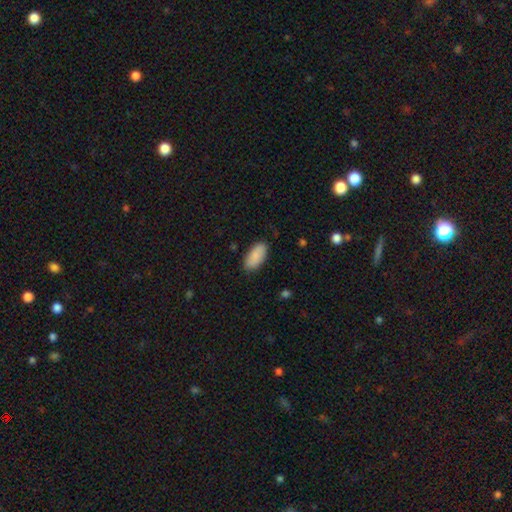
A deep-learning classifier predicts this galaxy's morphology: This appears to be a smooth galaxy with no disk features (89%) that is in between round and cigar-shaped (92%). Merging: none (85%).